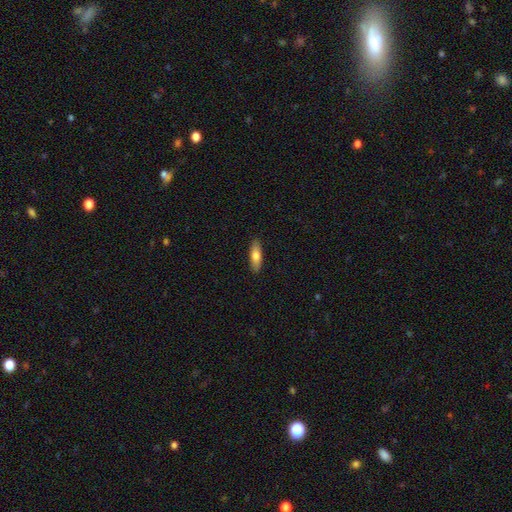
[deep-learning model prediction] Smooth or featured? Predicted: smooth (p=0.72). How rounded? Predicted: cigar-shaped (p=0.50). Merging? Predicted: none (p=0.90).